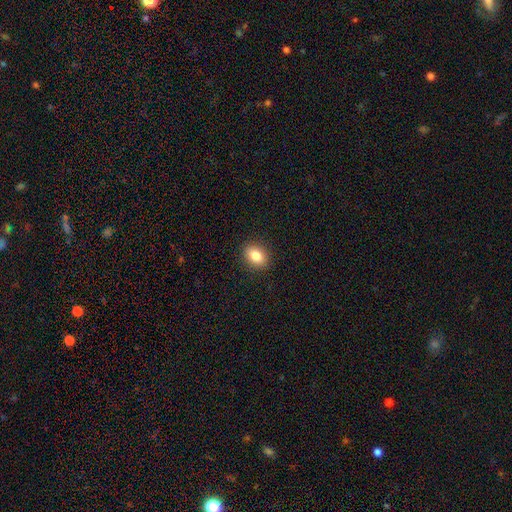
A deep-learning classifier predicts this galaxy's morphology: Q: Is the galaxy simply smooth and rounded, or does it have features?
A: smooth — 84%.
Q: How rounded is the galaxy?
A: in between — 72%.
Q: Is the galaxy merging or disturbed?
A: none — 90%.